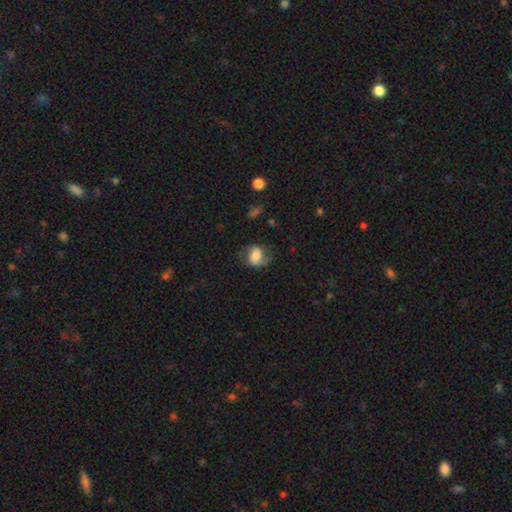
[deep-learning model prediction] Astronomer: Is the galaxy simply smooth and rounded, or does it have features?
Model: smooth — 49% (runner-up: featured or disk, 42%).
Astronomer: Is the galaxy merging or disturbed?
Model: none — 63%.